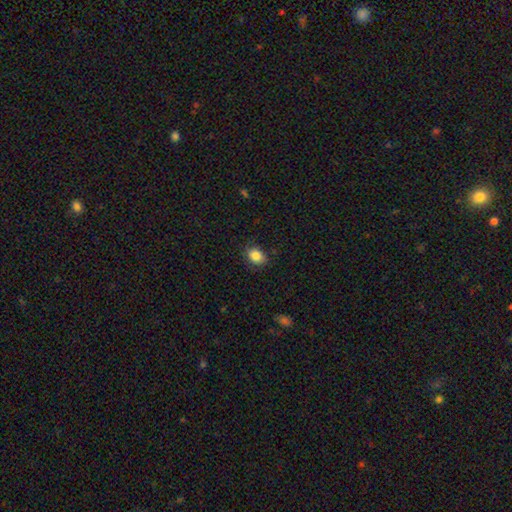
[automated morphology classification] A smooth galaxy with no disk features (84%) that is in between round and cigar-shaped (60%). Merging: none (79%).